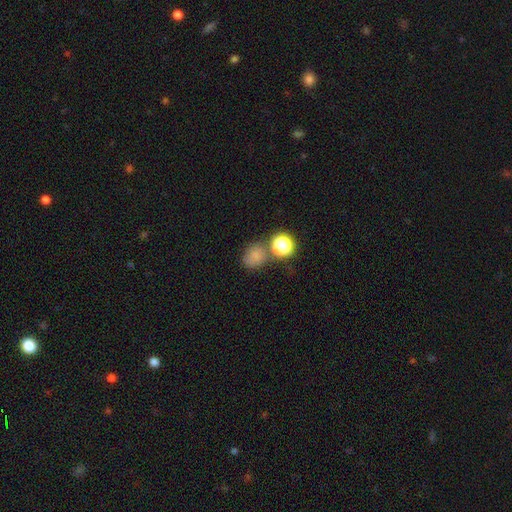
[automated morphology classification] The model was most divided on "how rounded": round: 64%, in between: 35%, cigar-shaped: 1%. More confident: smooth or featured — smooth (73%); merging — none (60%).